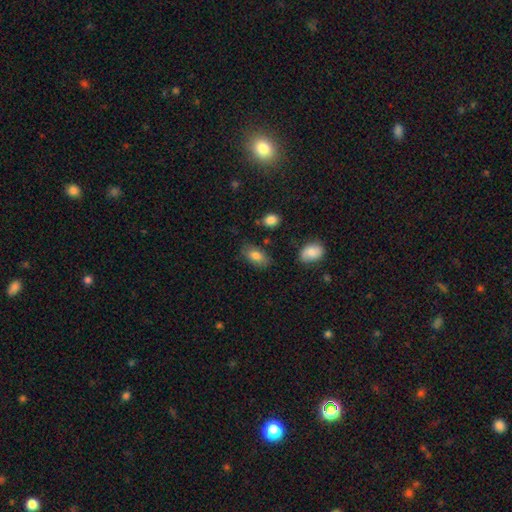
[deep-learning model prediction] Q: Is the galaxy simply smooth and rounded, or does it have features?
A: smooth — 80%.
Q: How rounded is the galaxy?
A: in between — 92%.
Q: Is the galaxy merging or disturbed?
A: none — 77%.